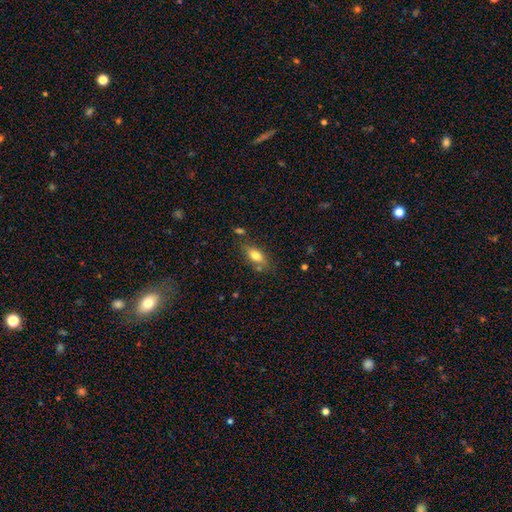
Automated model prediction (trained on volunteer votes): Q: Smooth or featured?
A: smooth (74%); runner-up: featured or disk (18%)
Q: How rounded?
A: in between (80%); runner-up: cigar-shaped (16%)
Q: Merging?
A: none (69%); runner-up: minor disturbance (18%)